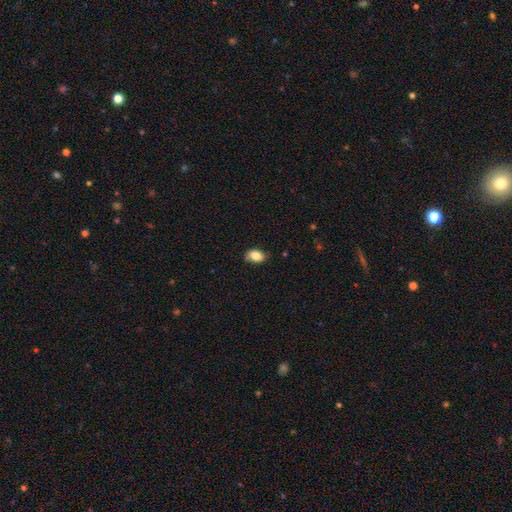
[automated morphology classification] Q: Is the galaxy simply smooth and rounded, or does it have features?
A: smooth — 81%.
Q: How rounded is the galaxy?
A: in between — 82%.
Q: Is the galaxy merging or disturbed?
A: none — 74%.